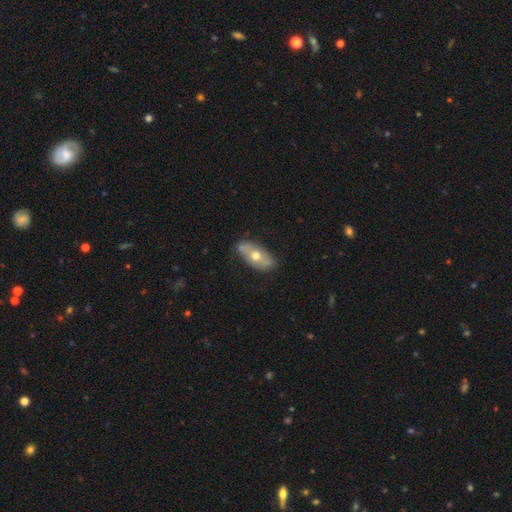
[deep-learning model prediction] A featured or disk galaxy (47%).

Vote fractions:
- Smooth or featured? featured or disk: 47% / smooth: 46% / star or artifact: 7%
- Merging? none: 74% / minor disturbance: 19% / major disturbance: 4% / merger: 3%